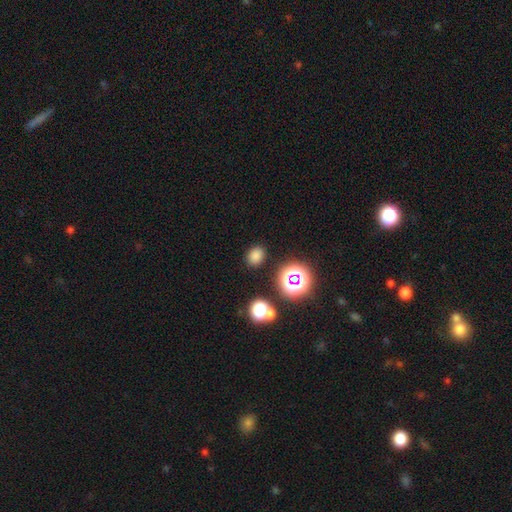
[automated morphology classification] type=smooth (77%); roundness=in between (52%); merging=none (86%).